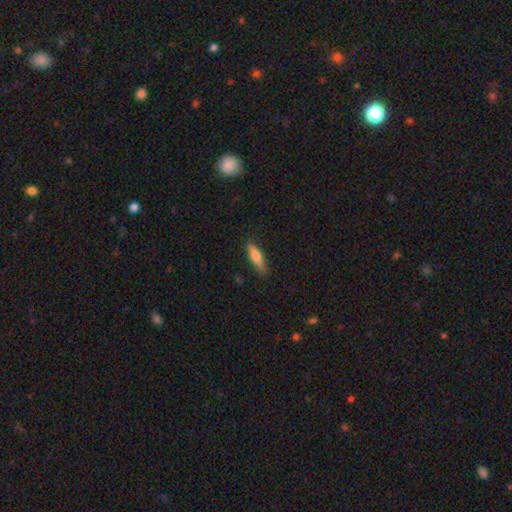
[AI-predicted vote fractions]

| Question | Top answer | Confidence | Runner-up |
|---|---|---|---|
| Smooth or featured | smooth | 70% | featured or disk (23%) |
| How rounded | cigar-shaped | 68% | in between (30%) |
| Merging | none | 80% | minor disturbance (15%) |